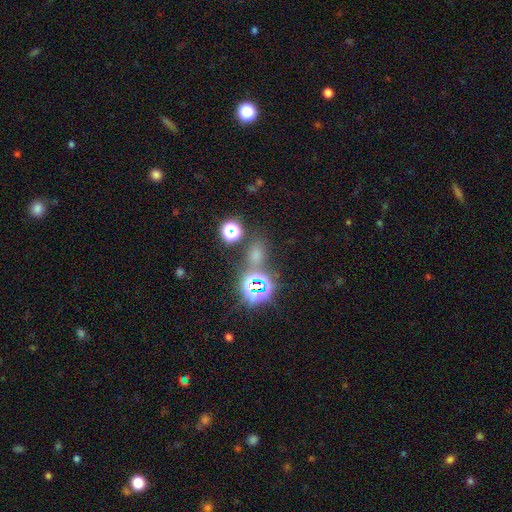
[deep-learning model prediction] smooth-or-featured: smooth: 50% | star or artifact: 42% | featured or disk: 7%
  how-rounded: in between: 61% | round: 35% | cigar-shaped: 4%
  merging: none: 68% | merger: 13% | minor disturbance: 12% | major disturbance: 6%